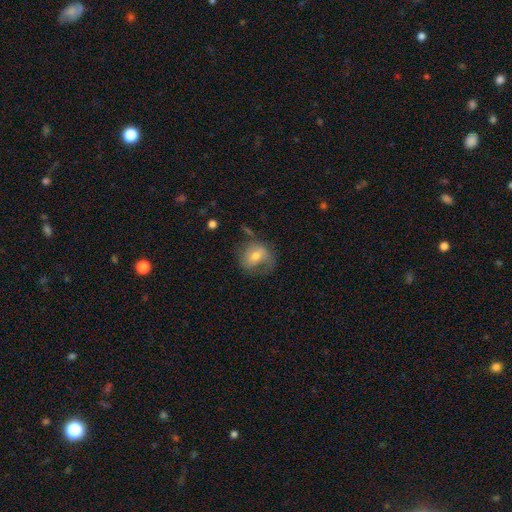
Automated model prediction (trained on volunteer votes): Smooth or featured: smooth — 57% (featured or disk — 35%)
How rounded: round — 50% (in between — 48%)
Merging: none — 43% (minor disturbance — 28%)